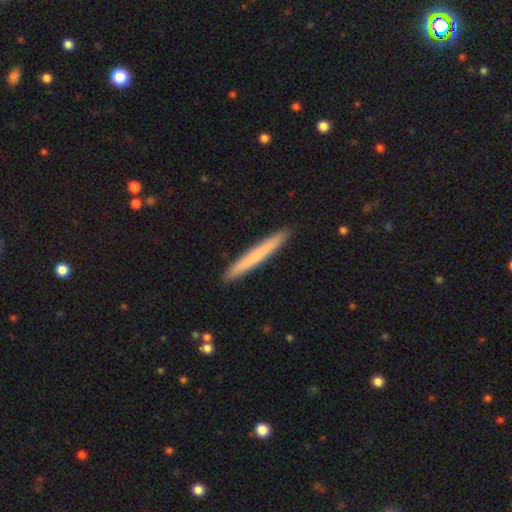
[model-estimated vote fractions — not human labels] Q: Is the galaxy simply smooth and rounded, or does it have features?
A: smooth — 69%.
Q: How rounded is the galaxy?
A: cigar-shaped — 97%.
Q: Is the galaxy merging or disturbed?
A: none — 92%.